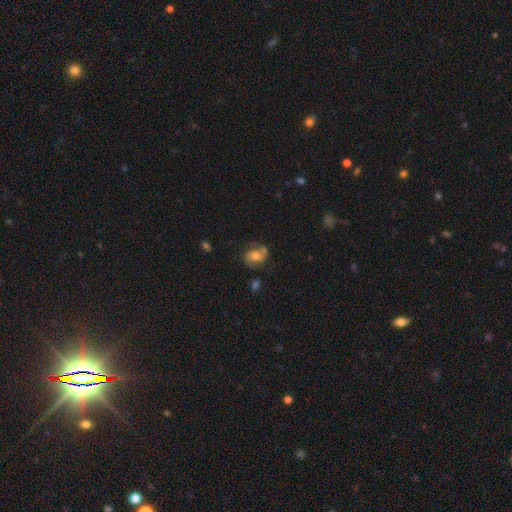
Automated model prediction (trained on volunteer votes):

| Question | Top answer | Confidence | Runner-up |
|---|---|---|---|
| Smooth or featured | featured or disk | 64% | smooth (27%) |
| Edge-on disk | no | 98% | yes (2%) |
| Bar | no | 60% | weak (32%) |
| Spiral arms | yes | 91% | no (9%) |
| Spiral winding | medium | 51% | loose (25%) |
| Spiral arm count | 2 | 87% | can't tell (6%) |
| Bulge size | moderate | 51% | large (22%) |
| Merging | none | 64% | minor disturbance (20%) |